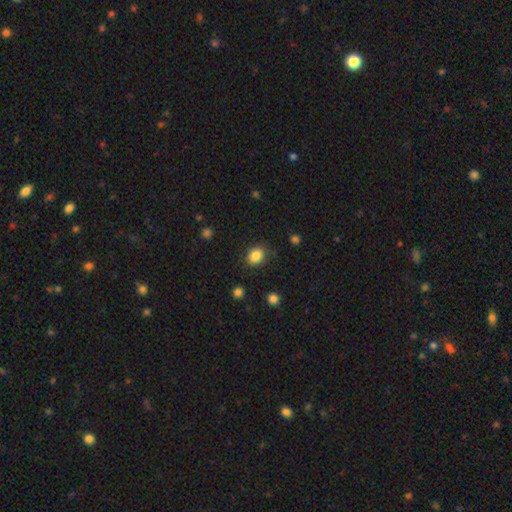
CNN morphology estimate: smooth_or_featured: smooth (p=0.85) [alt: star or artifact p=0.10]
how_rounded: round (p=0.51) [alt: in between p=0.48]
merging: none (p=0.80) [alt: minor disturbance p=0.14]